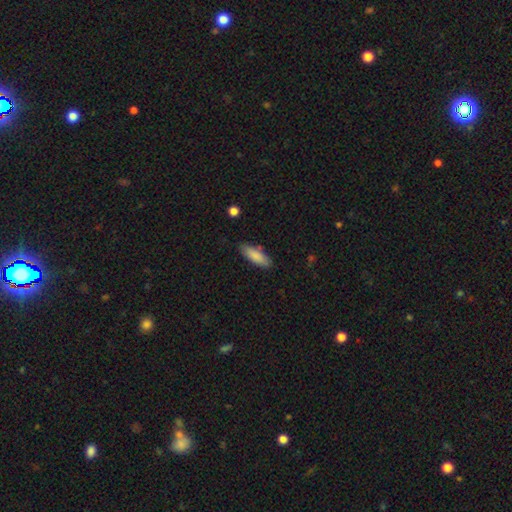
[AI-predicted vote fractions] Overall: smooth (84%). How rounded: in between (58%; cigar-shaped 40%). Merging: none (79%).